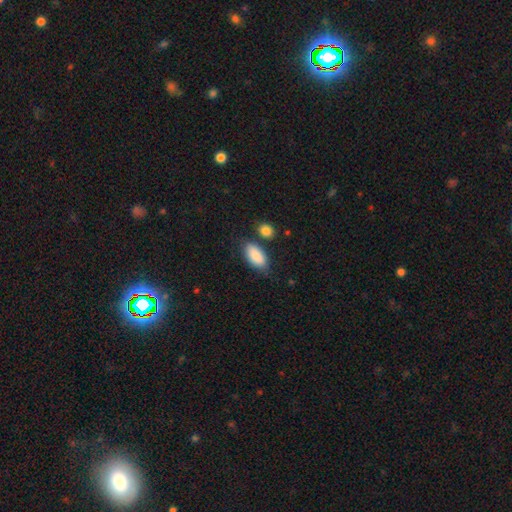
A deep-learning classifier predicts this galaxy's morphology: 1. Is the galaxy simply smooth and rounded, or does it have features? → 88% smooth, 6% featured or disk, 6% star or artifact.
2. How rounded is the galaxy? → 91% in between, 5% cigar-shaped, 3% round.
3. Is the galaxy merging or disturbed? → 72% none, 16% minor disturbance, 8% merger, 4% major disturbance.